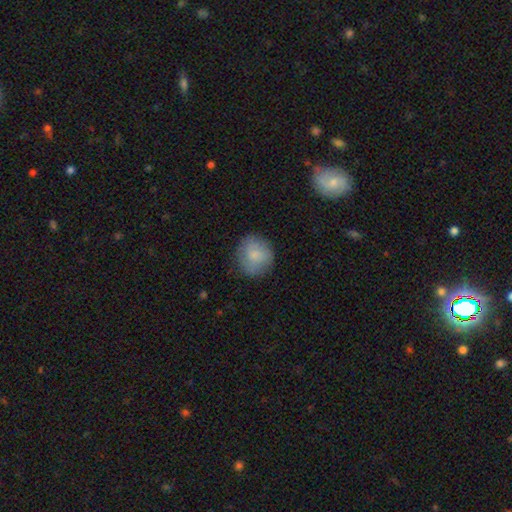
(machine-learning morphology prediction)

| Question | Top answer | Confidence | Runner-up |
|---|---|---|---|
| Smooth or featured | smooth | 77% | featured or disk (15%) |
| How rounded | round | 84% | in between (15%) |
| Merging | none | 79% | minor disturbance (15%) |